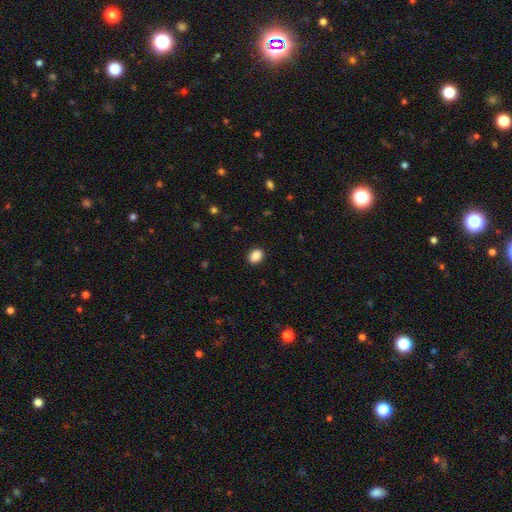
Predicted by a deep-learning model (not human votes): The model was most divided on "how rounded": in between: 62%, round: 37%, cigar-shaped: 1%. More confident: merging — none (90%); smooth or featured — smooth (88%).